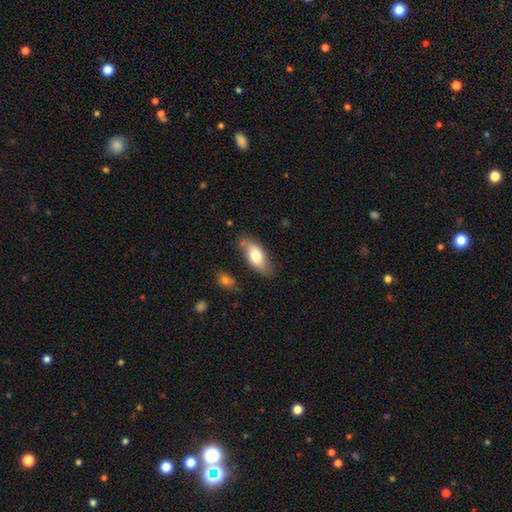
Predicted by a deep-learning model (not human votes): smooth 71%, featured or disk 22%, star or artifact 6%. Down the decision tree: how rounded — in between (86%); merging — none (75%).